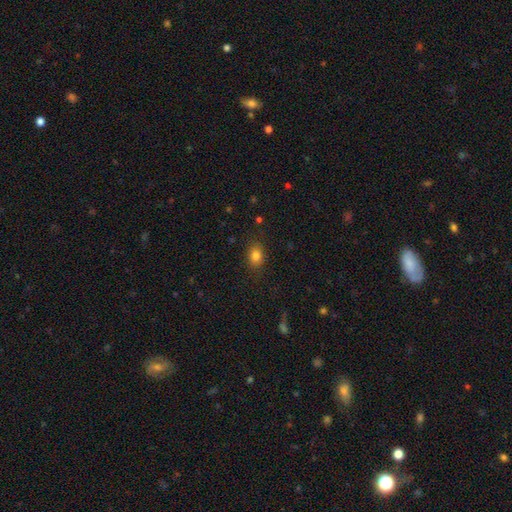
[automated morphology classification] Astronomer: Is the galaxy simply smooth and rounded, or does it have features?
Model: smooth — 82%.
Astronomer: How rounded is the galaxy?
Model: in between — 65%.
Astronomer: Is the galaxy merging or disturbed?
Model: none — 85%.